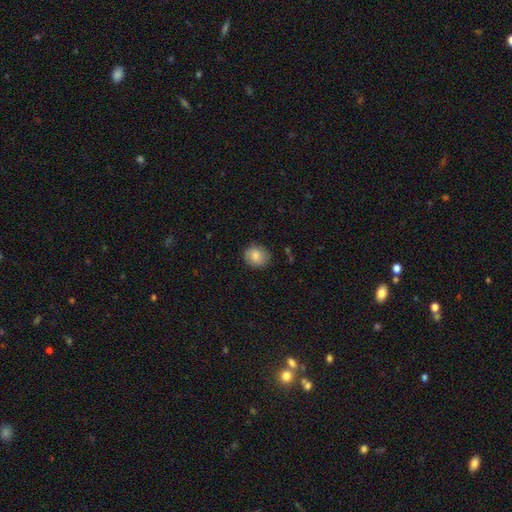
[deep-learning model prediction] This appears to be a smooth galaxy with no disk features (79%) that is round (78%). Merging: none (83%).